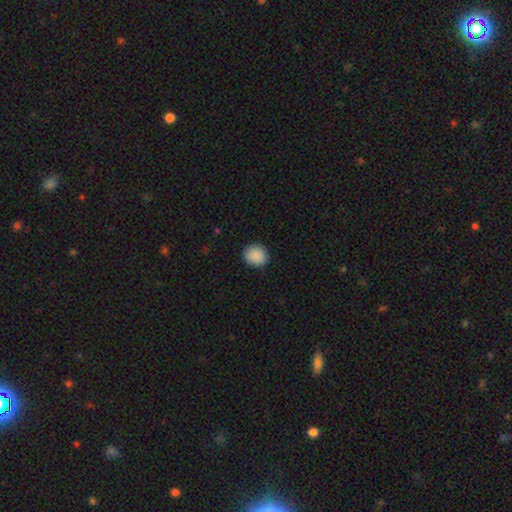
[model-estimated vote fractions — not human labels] Q: Smooth or featured?
A: smooth (90%); runner-up: star or artifact (8%)
Q: How rounded?
A: round (81%); runner-up: in between (18%)
Q: Merging?
A: none (90%); runner-up: minor disturbance (7%)